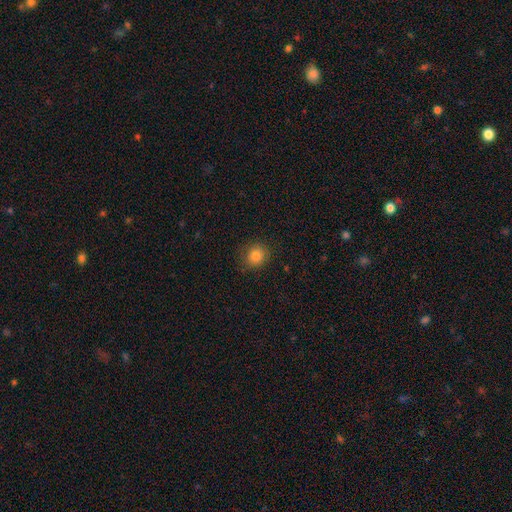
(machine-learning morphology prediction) smooth-or-featured: smooth: 83% | star or artifact: 11% | featured or disk: 5%
  how-rounded: round: 80% | in between: 19% | cigar-shaped: 1%
  merging: none: 85% | minor disturbance: 10% | major disturbance: 3% | merger: 1%